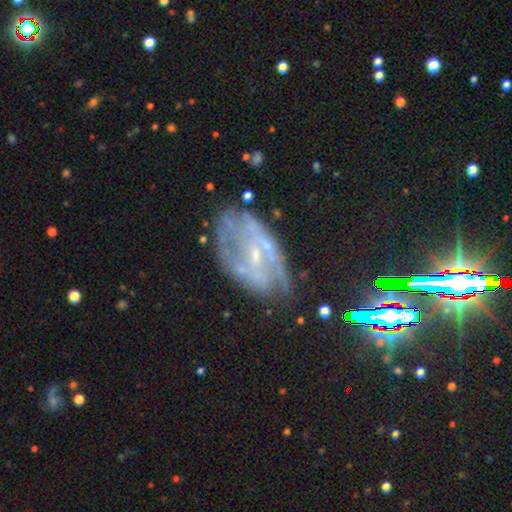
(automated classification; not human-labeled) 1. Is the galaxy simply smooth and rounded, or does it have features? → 70% featured or disk, 15% star or artifact, 14% smooth.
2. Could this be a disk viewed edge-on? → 94% no, 6% yes.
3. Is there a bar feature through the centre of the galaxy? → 43% weak, 36% no, 21% strong.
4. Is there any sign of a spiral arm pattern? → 69% yes, 31% no.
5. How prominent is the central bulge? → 71% small, 14% moderate, 12% none, 1% large, 1% dominant.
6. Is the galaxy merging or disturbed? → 54% none, 26% minor disturbance, 17% major disturbance, 3% merger.